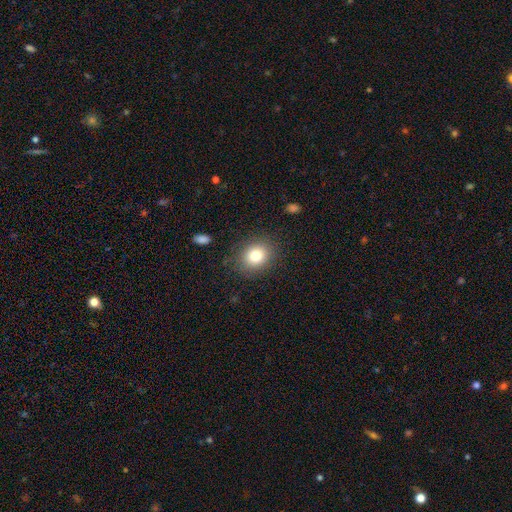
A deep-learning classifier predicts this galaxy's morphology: This appears to be a smooth galaxy with no disk features (81%) that is round (64%). Merging: none (84%).